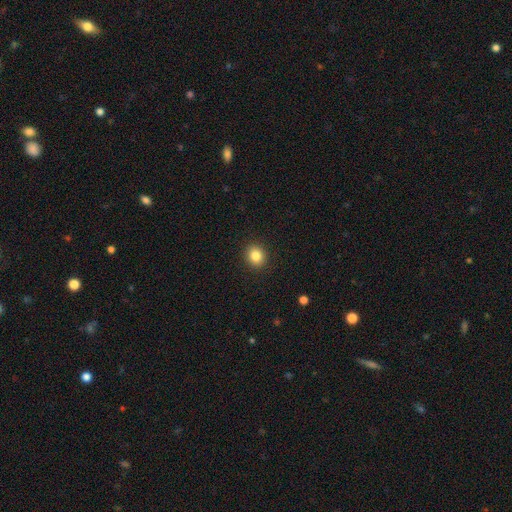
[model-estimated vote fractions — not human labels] Morphology: type=smooth (84%); roundness=round (73%); merging=none (92%).